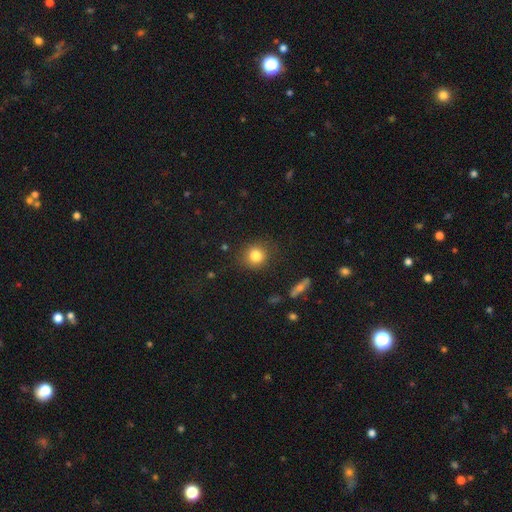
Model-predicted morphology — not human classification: Smooth or featured? smooth (82%)
How rounded? round (84%)
Merging? none (85%)